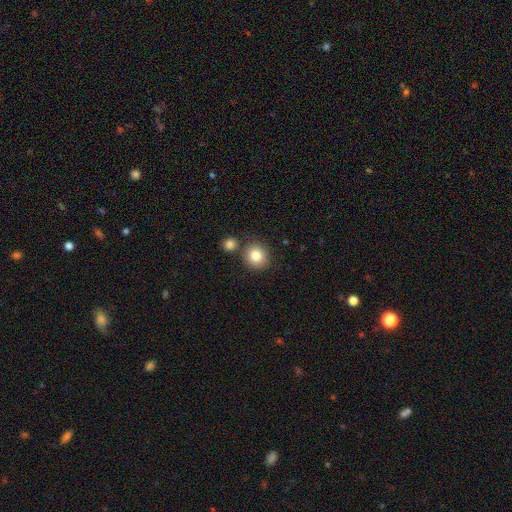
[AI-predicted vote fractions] smooth-or-featured: smooth: 83% | star or artifact: 9% | featured or disk: 7%
  how-rounded: round: 88% | in between: 11% | cigar-shaped: 1%
  merging: none: 76% | merger: 12% | minor disturbance: 9% | major disturbance: 3%